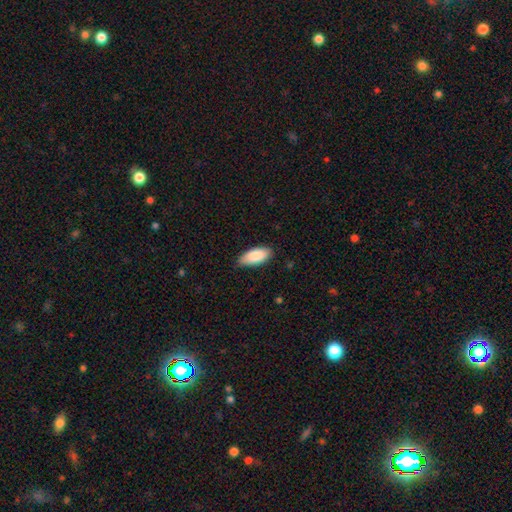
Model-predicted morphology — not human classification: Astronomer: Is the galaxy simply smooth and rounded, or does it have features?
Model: smooth — 88%.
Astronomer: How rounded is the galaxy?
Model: in between — 90%.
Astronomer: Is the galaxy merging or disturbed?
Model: none — 82%.